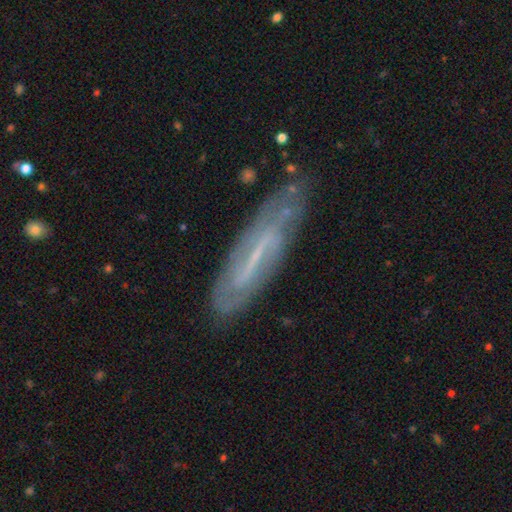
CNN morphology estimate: Q: Smooth or featured?
A: featured or disk (70%); runner-up: smooth (21%)
Q: Edge-on disk?
A: no (66%); runner-up: yes (34%)
Q: Merging?
A: none (71%); runner-up: minor disturbance (20%)